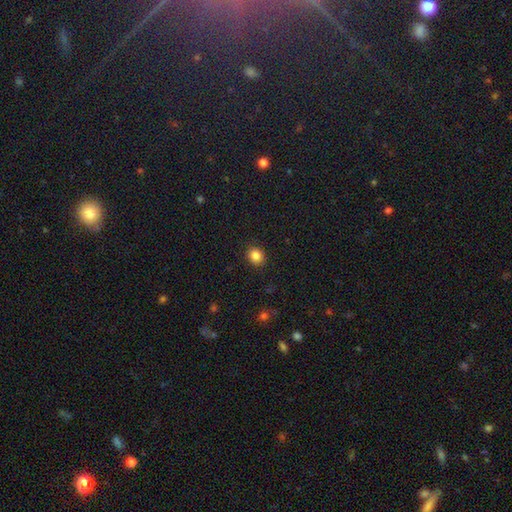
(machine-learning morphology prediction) This is clearly a smooth galaxy (85%). How rounded: likely round (70%). Merging: clearly none (90%).